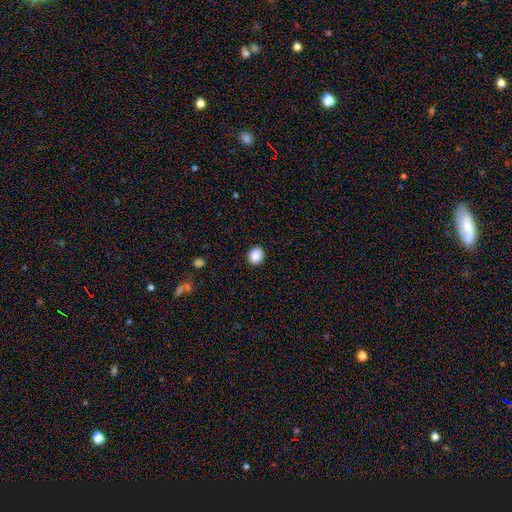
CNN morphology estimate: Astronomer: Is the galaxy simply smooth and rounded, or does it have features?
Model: smooth — 89%.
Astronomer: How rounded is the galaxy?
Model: round — 76%.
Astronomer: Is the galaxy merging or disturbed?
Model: none — 91%.